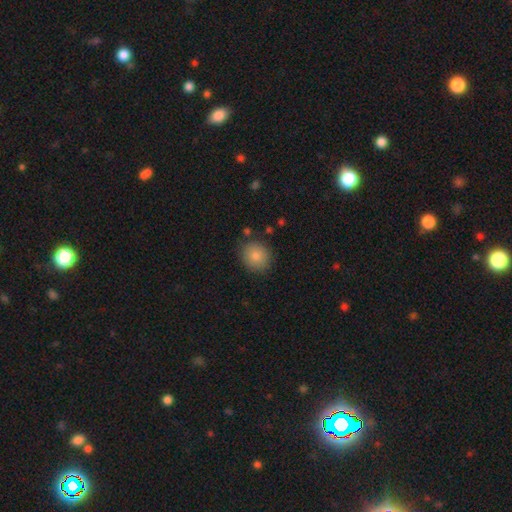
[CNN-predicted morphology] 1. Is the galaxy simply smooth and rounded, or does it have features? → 84% smooth, 9% star or artifact, 8% featured or disk.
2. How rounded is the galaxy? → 81% round, 18% in between, 1% cigar-shaped.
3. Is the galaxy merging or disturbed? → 83% none, 11% minor disturbance, 3% major disturbance, 2% merger.